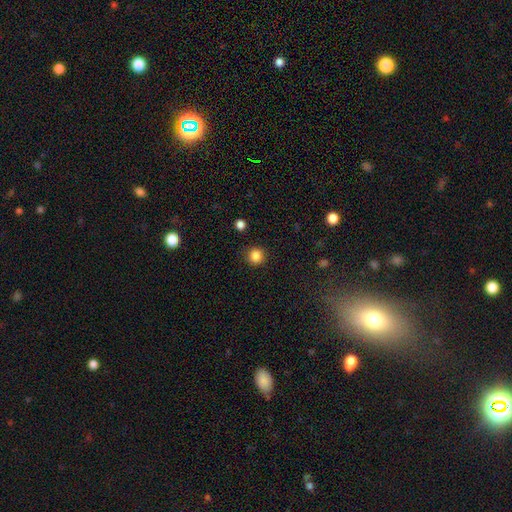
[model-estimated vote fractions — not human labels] Smooth or featured?
  - smooth: 85% *
  - star or artifact: 11%
  - featured or disk: 3%
How rounded?
  - round: 93% *
  - in between: 6%
  - cigar-shaped: 1%
Merging?
  - none: 90% *
  - minor disturbance: 7%
  - major disturbance: 2%
  - merger: 1%